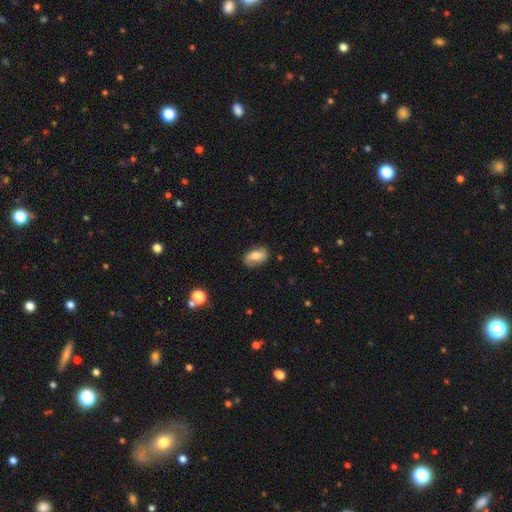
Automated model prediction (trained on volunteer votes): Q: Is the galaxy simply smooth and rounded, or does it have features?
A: smooth — 53%.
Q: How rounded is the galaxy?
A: in between — 87%.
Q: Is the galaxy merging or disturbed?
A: none — 74%.